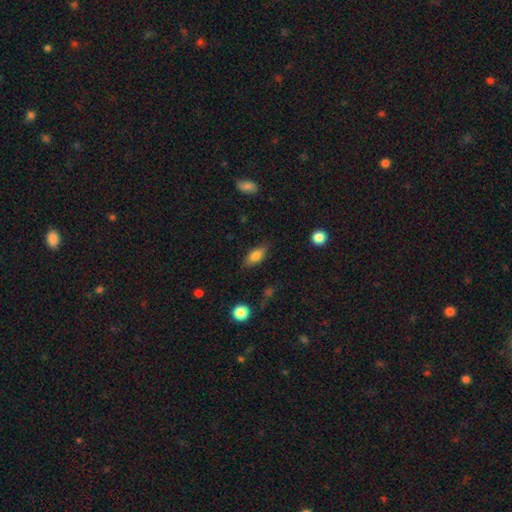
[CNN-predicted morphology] Q: Smooth or featured?
A: smooth (75%); runner-up: featured or disk (17%)
Q: How rounded?
A: in between (81%); runner-up: cigar-shaped (14%)
Q: Merging?
A: none (80%); runner-up: minor disturbance (15%)